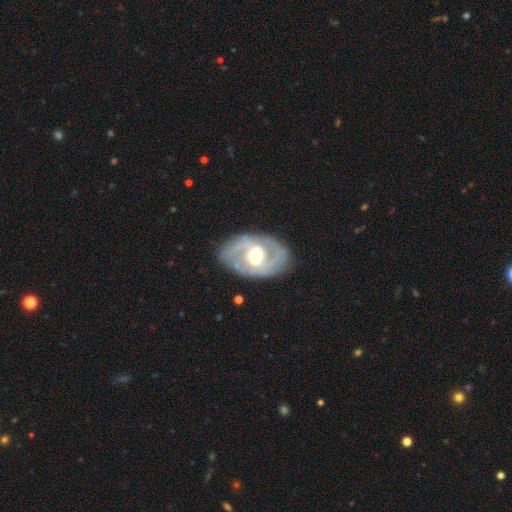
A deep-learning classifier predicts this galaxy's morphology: Overall: featured or disk (80%). Edge-on disk: no (95%). Bar: weak (46%; no 29%). Spiral arms: yes (78%). Spiral arm count: 2 (71%). Spiral winding: tight (43%; medium 41%). Bulge size: moderate (67%). Merging: none (80%).